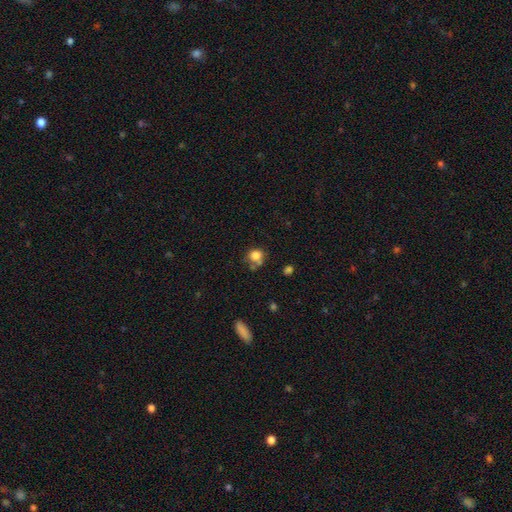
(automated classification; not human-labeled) Smooth or featured? smooth (80%)
How rounded? round (76%)
Merging? none (51%)